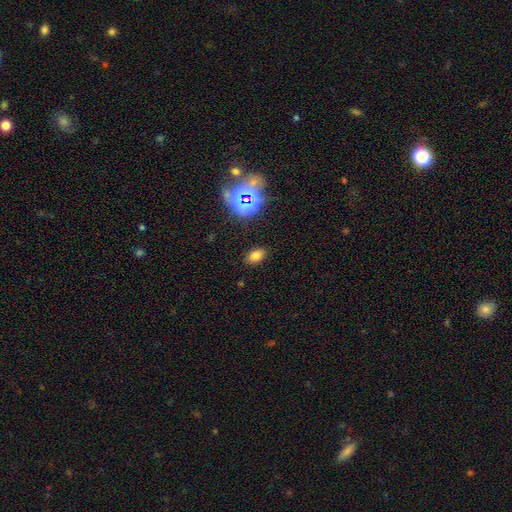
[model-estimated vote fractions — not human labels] The model was most divided on "smooth or featured": smooth: 72%, star or artifact: 20%, featured or disk: 8%. More confident: merging — none (86%); how rounded — in between (83%).